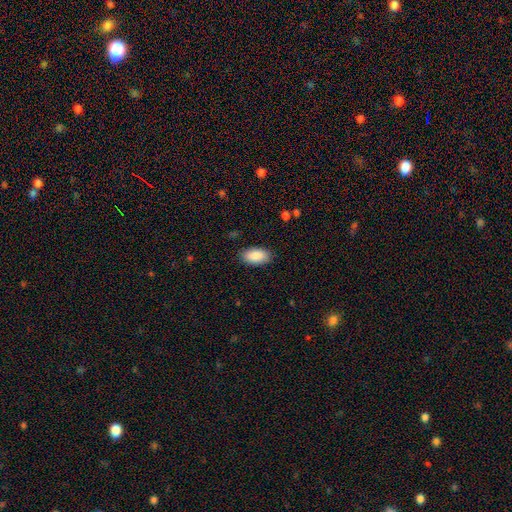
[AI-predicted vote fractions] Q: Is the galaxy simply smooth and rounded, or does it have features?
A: smooth — 89%.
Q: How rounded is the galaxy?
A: in between — 95%.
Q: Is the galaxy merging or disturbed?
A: none — 87%.